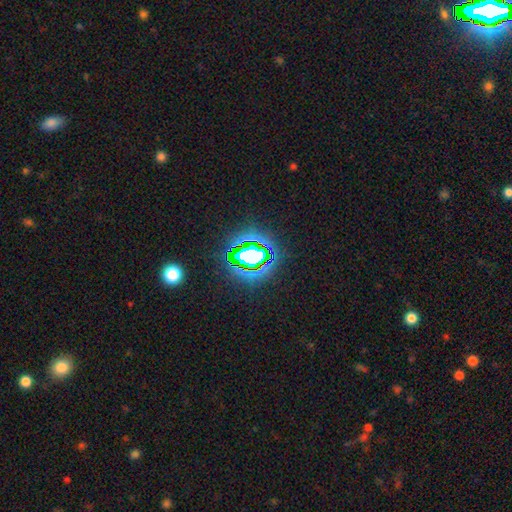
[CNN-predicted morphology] Smooth or featured: star or artifact — 63% (smooth — 23%)